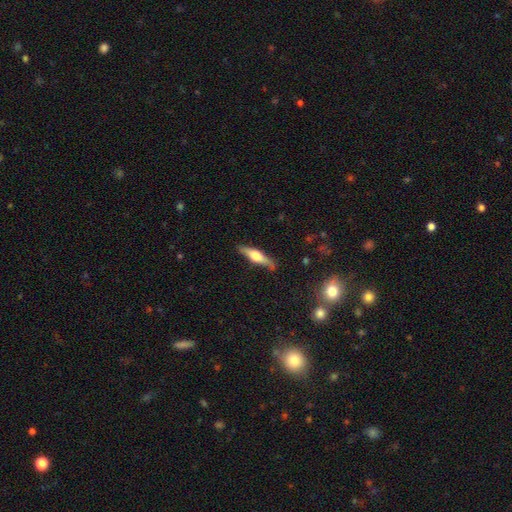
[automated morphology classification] The model was most divided on "smooth or featured": featured or disk: 59%, smooth: 35%, star or artifact: 6%. More confident: edge-on disk — yes (94%); edge-on bulge — rounded (89%); merging — none (81%).